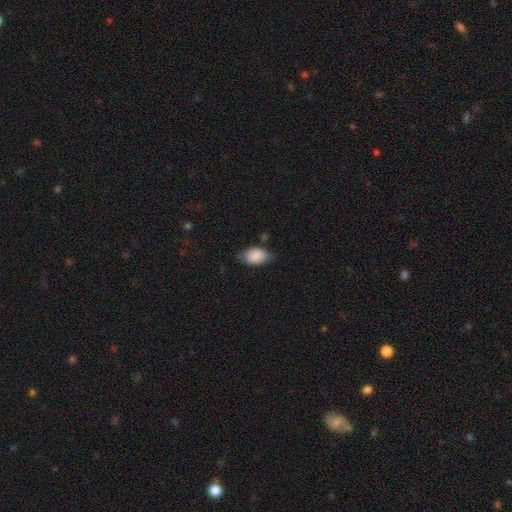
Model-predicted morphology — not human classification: type=smooth (88%); roundness=in between (87%); merging=none (67%).